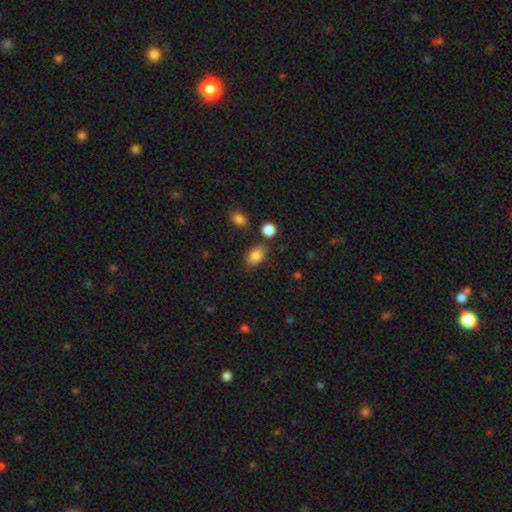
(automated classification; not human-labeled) Overall: smooth (84%). How rounded: in between (82%). Merging: none (73%).